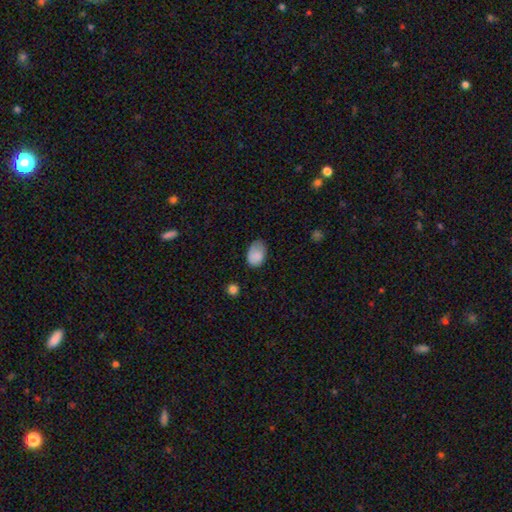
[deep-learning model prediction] Smooth or featured?
  - smooth: 85% *
  - star or artifact: 8%
  - featured or disk: 7%
How rounded?
  - in between: 82% *
  - round: 17%
  - cigar-shaped: 1%
Merging?
  - none: 59% *
  - minor disturbance: 32%
  - major disturbance: 8%
  - merger: 2%